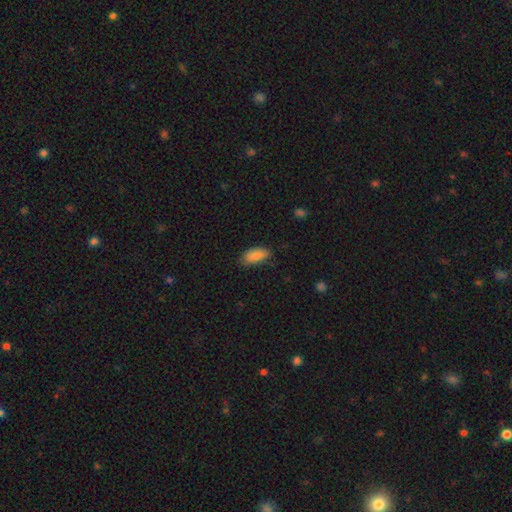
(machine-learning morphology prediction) type=smooth (87%); roundness=in between (90%); merging=none (73%).